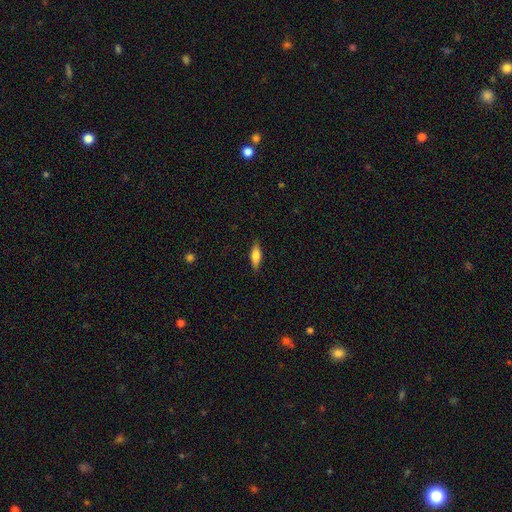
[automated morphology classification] type=smooth (67%); roundness=in between (52%); merging=none (86%).